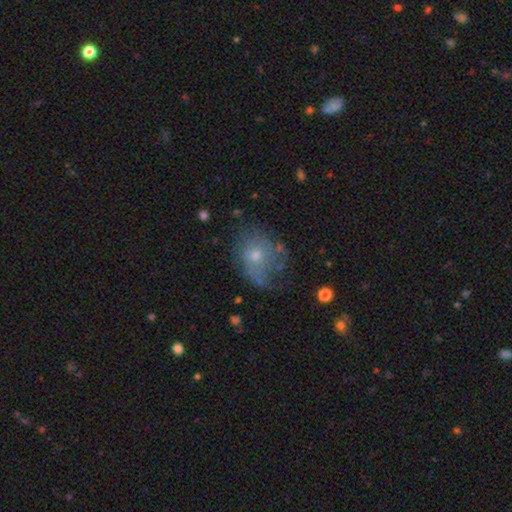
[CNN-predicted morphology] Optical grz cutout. It shows a smooth galaxy with no disk features (52%) that is round (51%). Merging: none (48%).